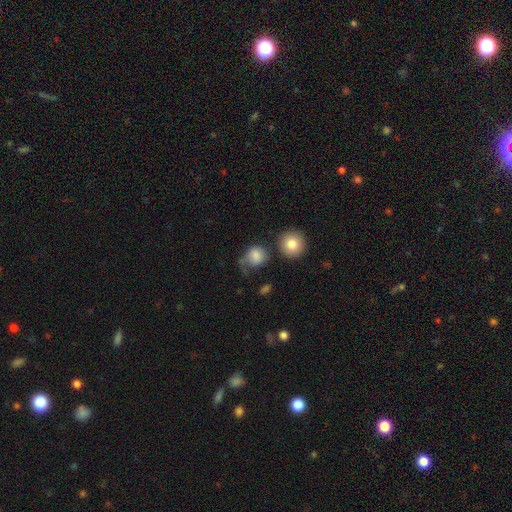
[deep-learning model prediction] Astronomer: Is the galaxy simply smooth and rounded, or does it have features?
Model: smooth — 78%.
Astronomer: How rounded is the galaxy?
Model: round — 73%.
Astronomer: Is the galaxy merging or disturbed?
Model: none — 40% (runner-up: major disturbance, 29%).